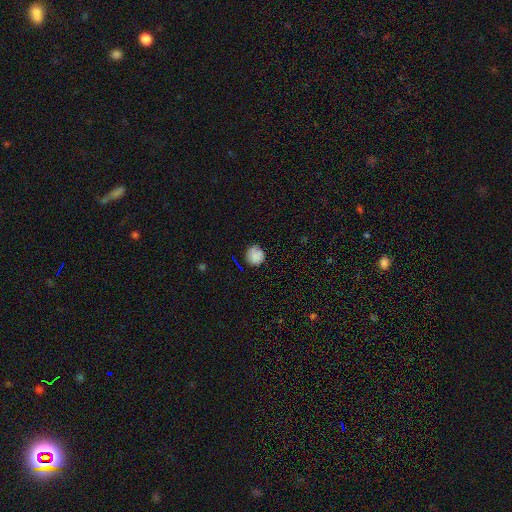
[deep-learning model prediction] The model was most divided on "merging": none: 73%, minor disturbance: 21%, major disturbance: 5%, merger: 2%. More confident: how rounded — round (86%); smooth or featured — smooth (79%).